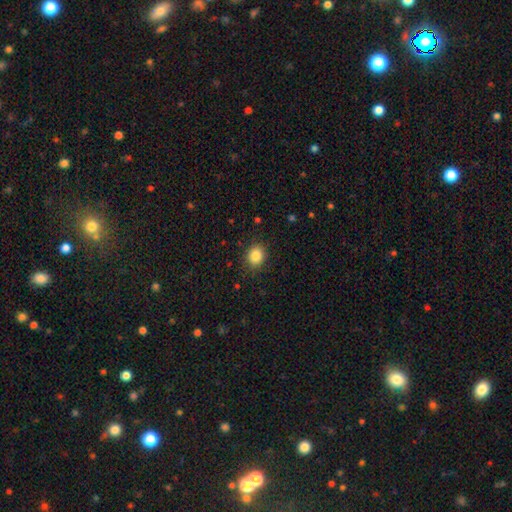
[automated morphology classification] smooth-or-featured: smooth: 86% | star or artifact: 9% | featured or disk: 4%
  how-rounded: round: 62% | in between: 37% | cigar-shaped: 1%
  merging: none: 86% | minor disturbance: 10% | major disturbance: 3% | merger: 1%